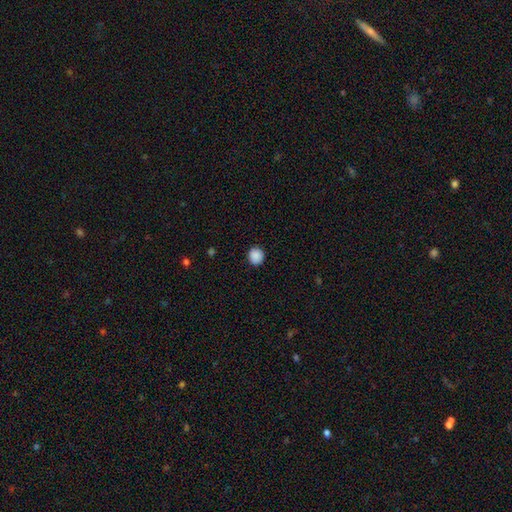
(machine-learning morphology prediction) Q: Smooth or featured?
A: smooth (88%); runner-up: star or artifact (9%)
Q: How rounded?
A: round (86%); runner-up: in between (13%)
Q: Merging?
A: none (90%); runner-up: minor disturbance (7%)